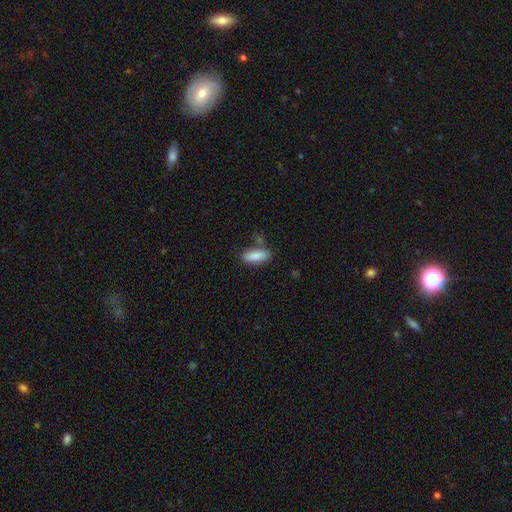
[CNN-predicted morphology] smooth 87%, star or artifact 7%, featured or disk 6%. Down the decision tree: how rounded — in between (68%); merging — none (72%).